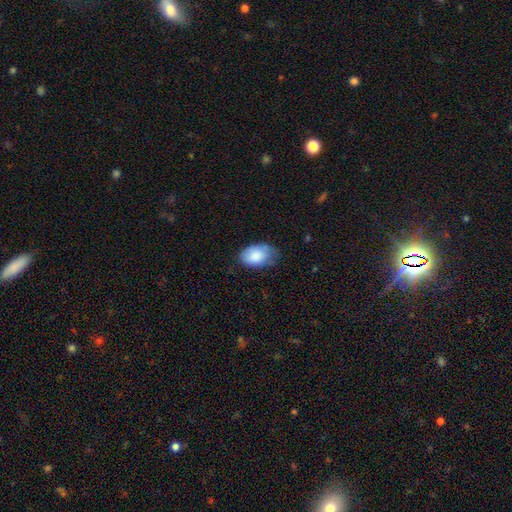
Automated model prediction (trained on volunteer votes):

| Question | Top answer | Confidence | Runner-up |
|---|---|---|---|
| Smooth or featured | smooth | 83% | featured or disk (10%) |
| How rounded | in between | 90% | round (9%) |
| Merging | none | 56% | minor disturbance (34%) |